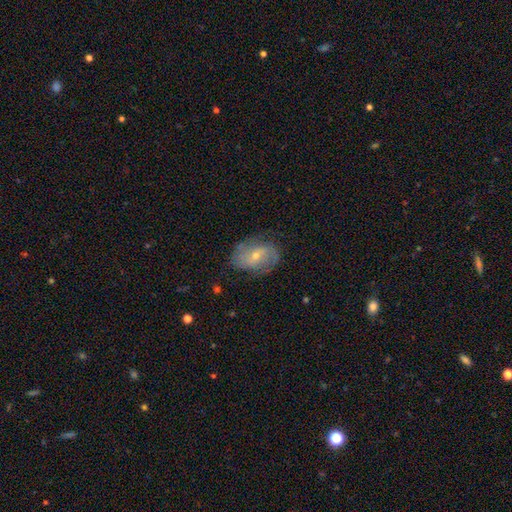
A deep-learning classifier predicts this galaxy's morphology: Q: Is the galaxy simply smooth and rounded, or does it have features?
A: featured or disk — 66%.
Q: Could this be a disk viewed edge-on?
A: no — 95%.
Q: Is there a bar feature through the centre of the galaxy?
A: no — 52%.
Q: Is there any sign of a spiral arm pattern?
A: yes — 84%.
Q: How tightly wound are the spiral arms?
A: medium — 41%.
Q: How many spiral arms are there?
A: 2 — 65%.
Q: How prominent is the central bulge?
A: small — 59%.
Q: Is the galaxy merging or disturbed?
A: none — 74%.